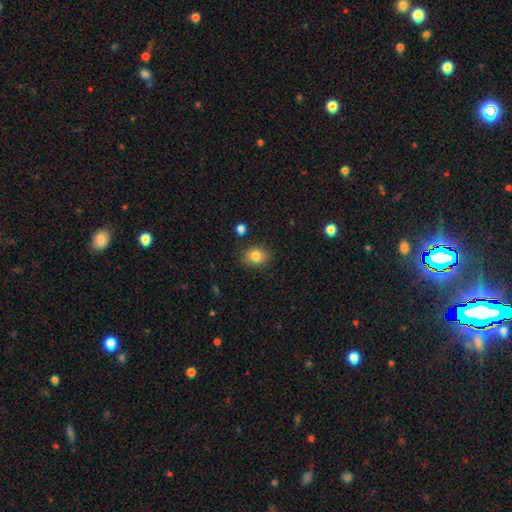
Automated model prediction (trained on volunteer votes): This is clearly a smooth galaxy (83%). How rounded: likely round (66%). Merging: clearly none (86%).